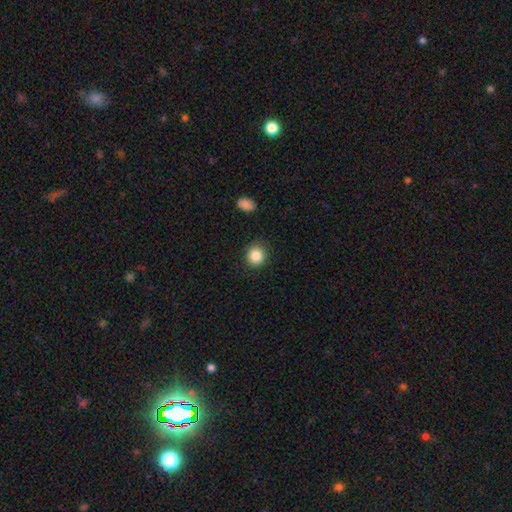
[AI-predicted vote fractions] The model was most divided on "how rounded": round: 87%, in between: 12%, cigar-shaped: 1%. More confident: merging — none (89%); smooth or featured — smooth (86%).